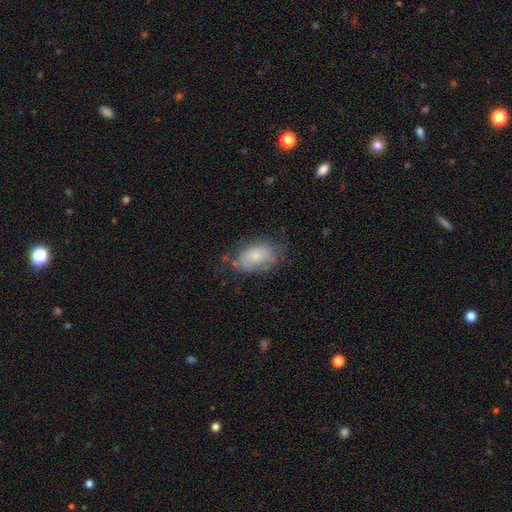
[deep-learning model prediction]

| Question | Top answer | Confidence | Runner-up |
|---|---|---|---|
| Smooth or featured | smooth | 72% | featured or disk (21%) |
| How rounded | in between | 90% | round (8%) |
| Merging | none | 53% | minor disturbance (31%) |